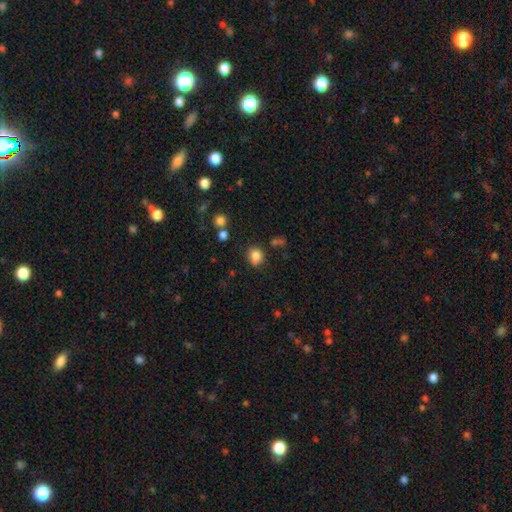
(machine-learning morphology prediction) A smooth galaxy with no disk features (83%) that is round (70%). Merging: none (70%).